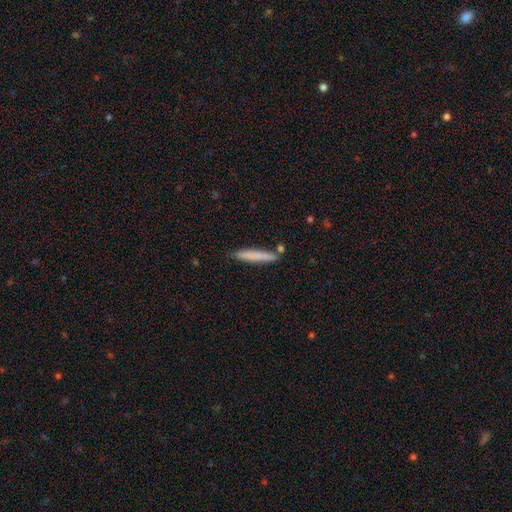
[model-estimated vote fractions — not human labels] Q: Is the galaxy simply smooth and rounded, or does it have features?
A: smooth — 76%.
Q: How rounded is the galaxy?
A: cigar-shaped — 95%.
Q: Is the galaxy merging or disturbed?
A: none — 83%.